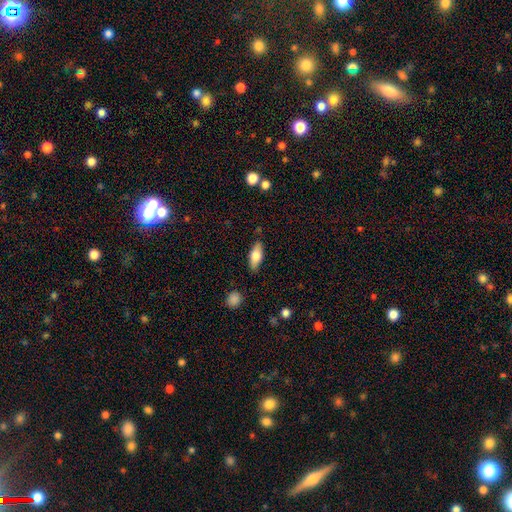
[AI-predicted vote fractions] This appears to be a smooth galaxy with no disk features (70%) that is in between round and cigar-shaped (77%). Merging: none (83%).